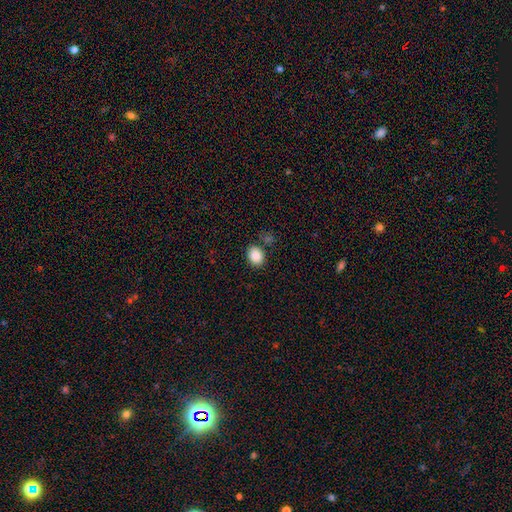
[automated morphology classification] This appears to be a smooth galaxy with no disk features (88%) that is in between round and cigar-shaped (57%). Merging: none (79%).